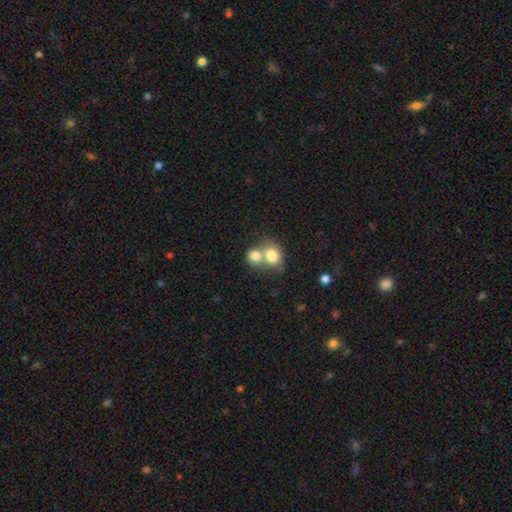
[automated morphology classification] A smooth galaxy with no disk features (77%) that is round (69%). Merging: merger (67%).